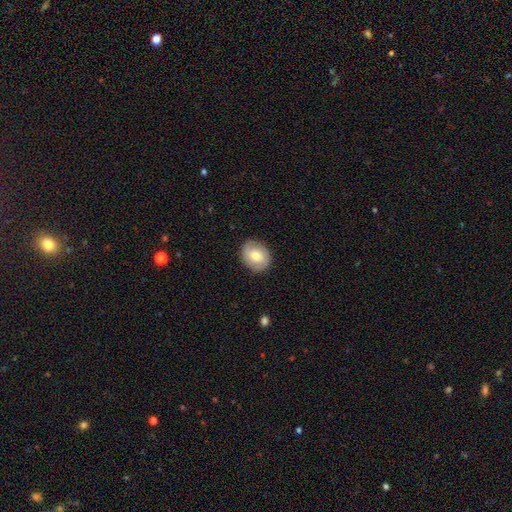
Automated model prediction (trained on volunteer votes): smooth_or_featured: smooth (p=0.68) [alt: featured or disk p=0.24]
how_rounded: round (p=0.60) [alt: in between p=0.40]
merging: none (p=0.85) [alt: minor disturbance p=0.12]